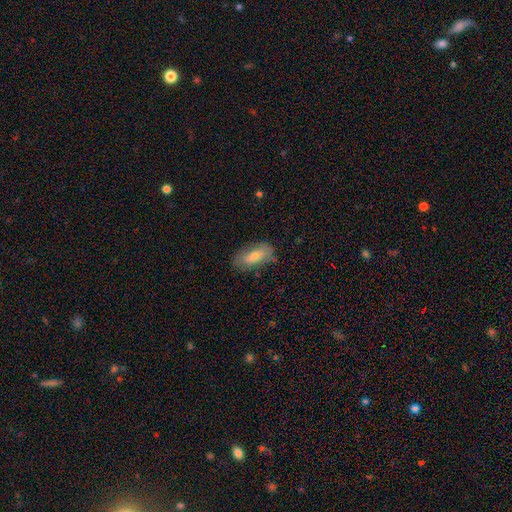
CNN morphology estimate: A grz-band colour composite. It shows a smooth galaxy with no disk features (69%) that is in between round and cigar-shaped (86%). Merging: none (73%).